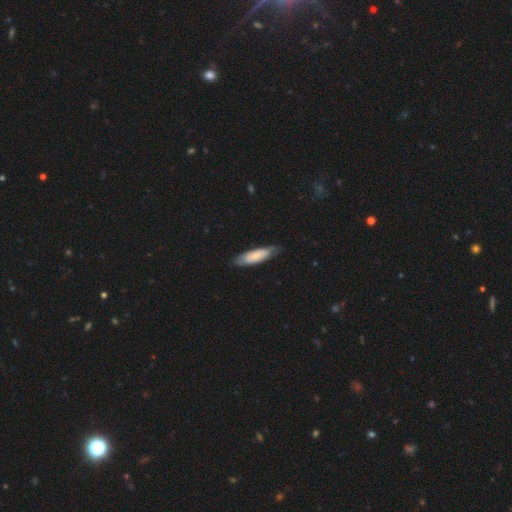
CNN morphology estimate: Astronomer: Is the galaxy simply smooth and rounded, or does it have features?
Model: smooth — 62%.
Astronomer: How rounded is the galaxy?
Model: cigar-shaped — 52% (runner-up: in between, 46%).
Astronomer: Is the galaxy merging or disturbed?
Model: none — 75%.